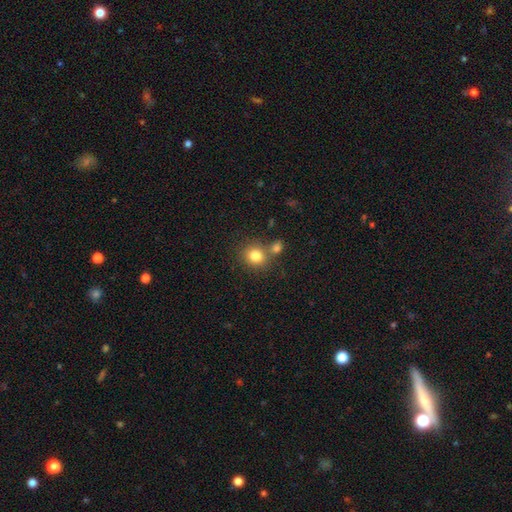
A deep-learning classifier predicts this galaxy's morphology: Smooth or featured? smooth (81%)
How rounded? round (79%)
Merging? none (63%)